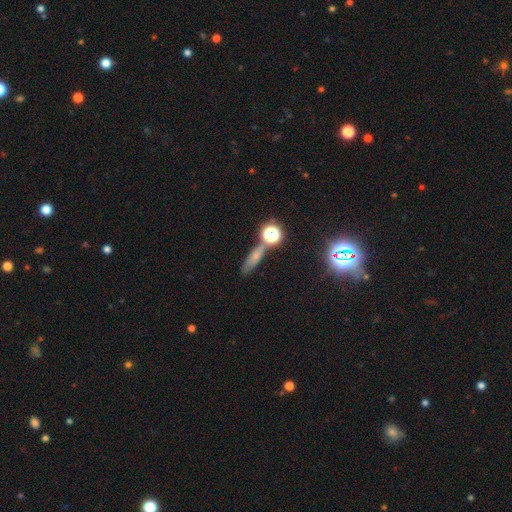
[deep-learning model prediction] Q: Smooth or featured?
A: smooth (58%); runner-up: star or artifact (26%)
Q: How rounded?
A: cigar-shaped (54%); runner-up: in between (29%)
Q: Merging?
A: none (67%); runner-up: merger (14%)